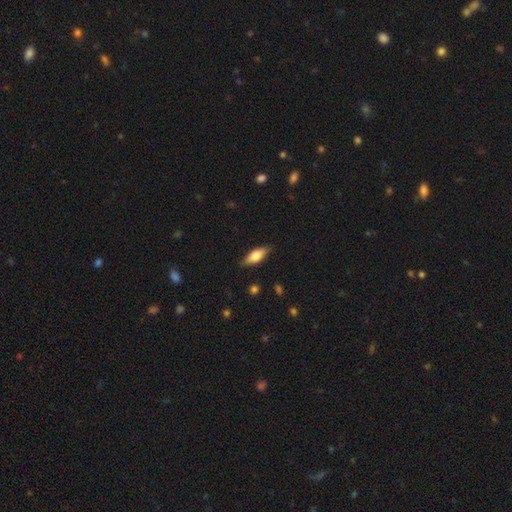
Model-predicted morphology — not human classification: smooth_or_featured: smooth (p=0.67) [alt: featured or disk p=0.27]
how_rounded: in between (p=0.70) [alt: cigar-shaped p=0.27]
merging: none (p=0.84) [alt: minor disturbance p=0.12]